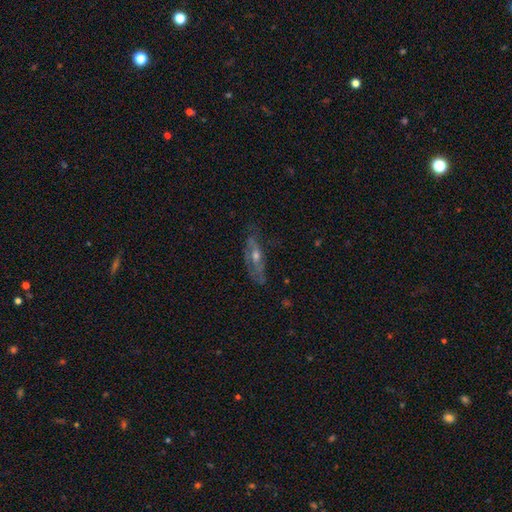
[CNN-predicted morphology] Smooth or featured? Predicted: featured or disk (p=0.67). Edge-on disk? Predicted: no (p=0.64). Merging? Predicted: none (p=0.63).